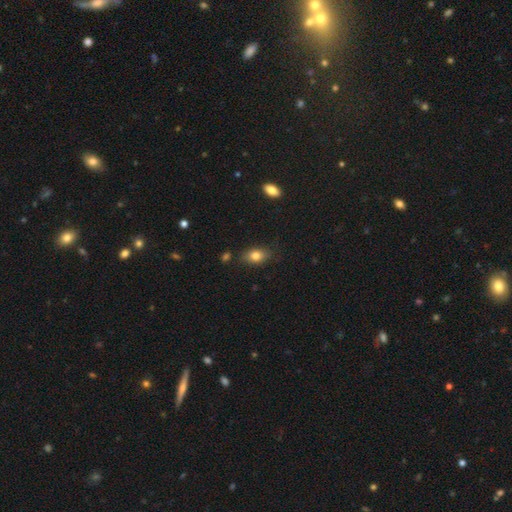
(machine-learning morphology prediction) This appears to be a smooth galaxy with no disk features (80%) that is in between round and cigar-shaped (82%). Merging: none (79%).